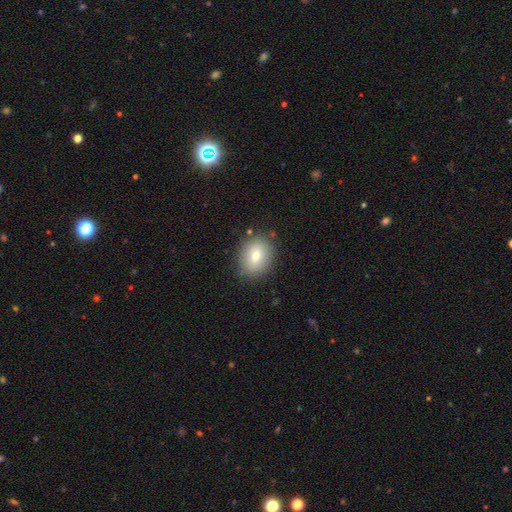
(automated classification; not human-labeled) smooth_or_featured: smooth (p=0.79) [alt: featured or disk p=0.12]
how_rounded: in between (p=0.62) [alt: round p=0.37]
merging: none (p=0.84) [alt: minor disturbance p=0.12]